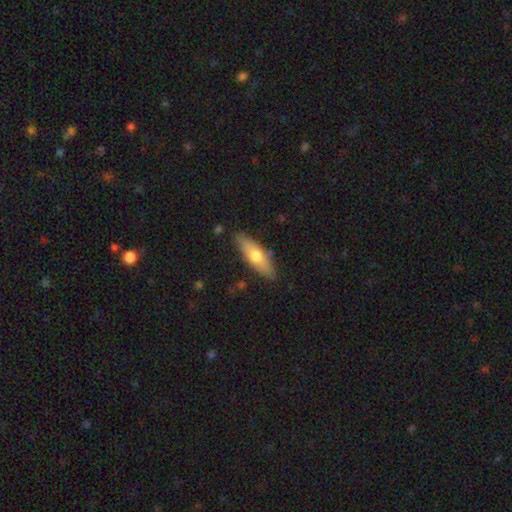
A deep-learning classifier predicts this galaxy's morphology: A smooth galaxy with no disk features (60%) that is cigar-shaped (50%). Merging: none (85%).